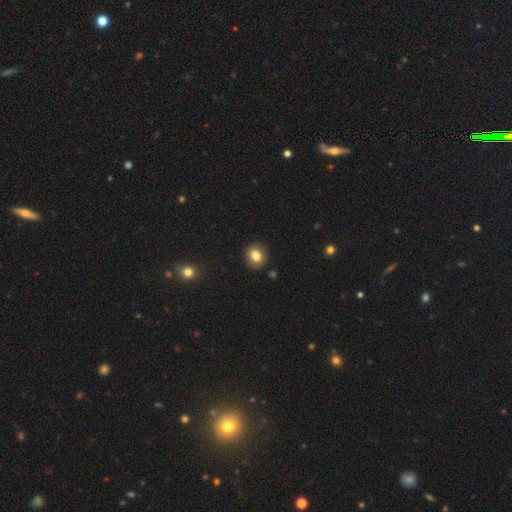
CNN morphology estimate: Smooth or featured?
  - smooth: 82% *
  - star or artifact: 10%
  - featured or disk: 9%
How rounded?
  - round: 76% *
  - in between: 23%
  - cigar-shaped: 1%
Merging?
  - none: 90% *
  - minor disturbance: 7%
  - major disturbance: 2%
  - merger: 1%